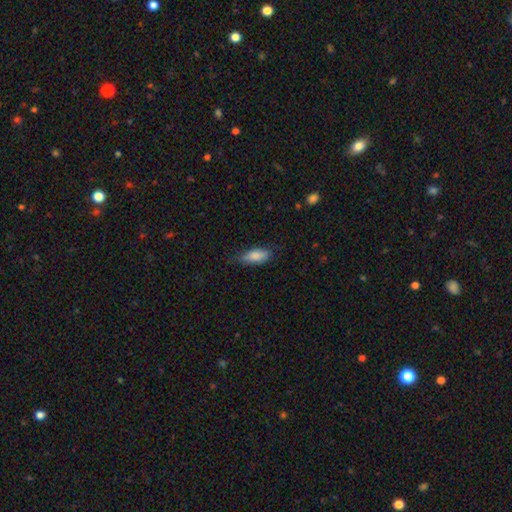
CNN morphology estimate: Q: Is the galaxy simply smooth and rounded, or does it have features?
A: smooth — 84%.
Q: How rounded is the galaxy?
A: in between — 74%.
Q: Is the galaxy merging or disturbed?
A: none — 69%.